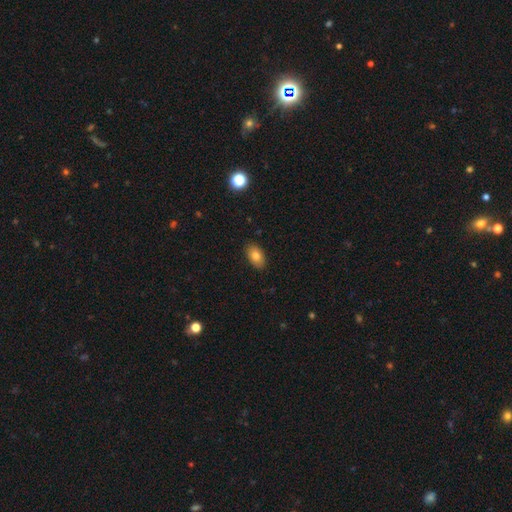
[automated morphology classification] Smooth or featured? smooth (80%)
How rounded? in between (91%)
Merging? none (88%)